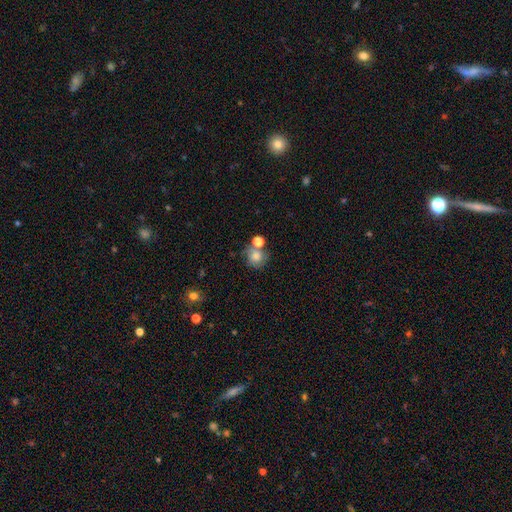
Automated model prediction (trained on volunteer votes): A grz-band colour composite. It shows a smooth galaxy with no disk features (74%) that is round (85%). Merging: none (54%).